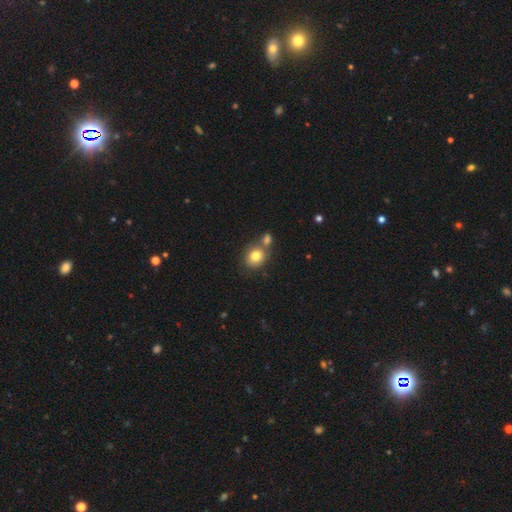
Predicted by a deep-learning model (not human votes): smooth-or-featured: smooth: 79% | featured or disk: 11% | star or artifact: 10%
  how-rounded: round: 67% | in between: 32% | cigar-shaped: 1%
  merging: none: 53% | merger: 33% | minor disturbance: 11% | major disturbance: 3%